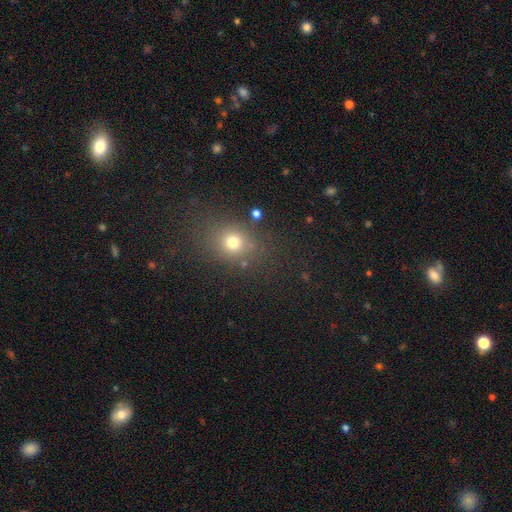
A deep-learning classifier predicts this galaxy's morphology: type=smooth (61%); roundness=round (53%); merging=none (84%).